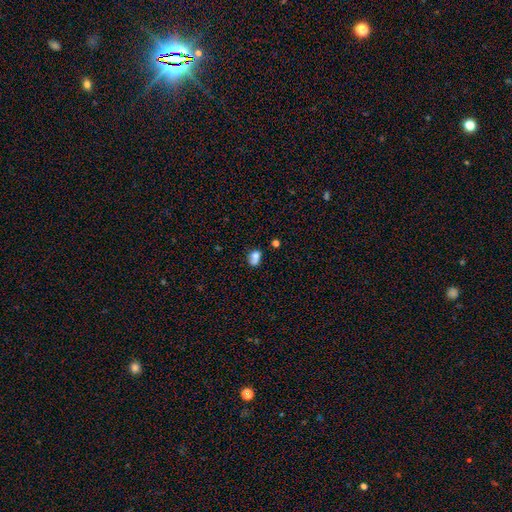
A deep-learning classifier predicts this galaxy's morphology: smooth 72%, featured or disk 17%, star or artifact 11%. Down the decision tree: how rounded — in between (55%); merging — merger (38%).